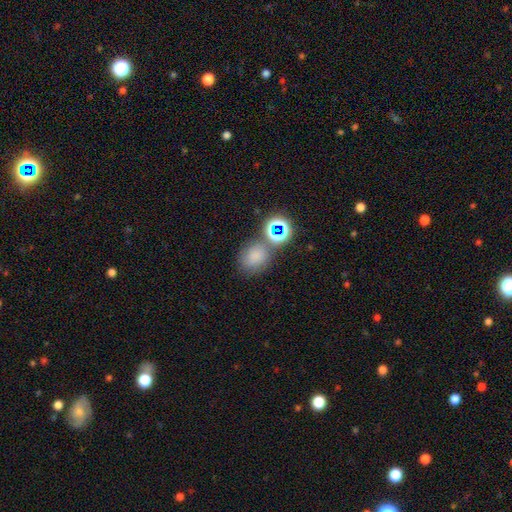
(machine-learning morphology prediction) This is likely a smooth galaxy (69%). How rounded: likely round (61%). Merging: likely none (61%).